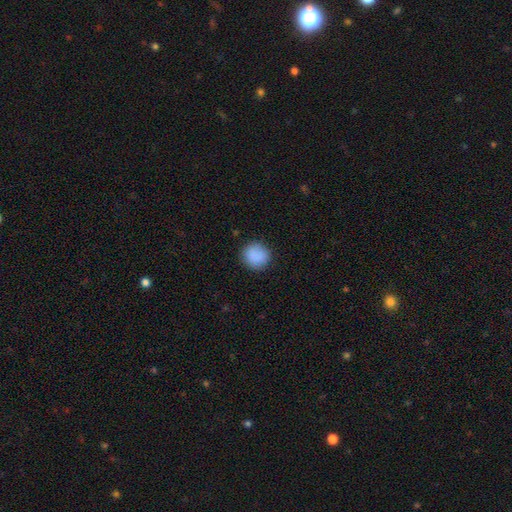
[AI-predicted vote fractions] Smooth or featured?
  - smooth: 89% *
  - star or artifact: 8%
  - featured or disk: 3%
How rounded?
  - round: 90% *
  - in between: 9%
  - cigar-shaped: 1%
Merging?
  - none: 87% *
  - minor disturbance: 9%
  - major disturbance: 3%
  - merger: 1%